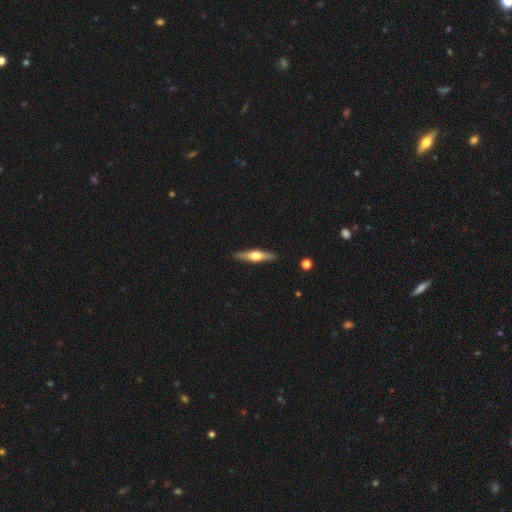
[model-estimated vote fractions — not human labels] This appears to be a featured or disk galaxy (63%) viewed edge-on (96%) with a rounded central bulge (93%). Merging: none (90%).